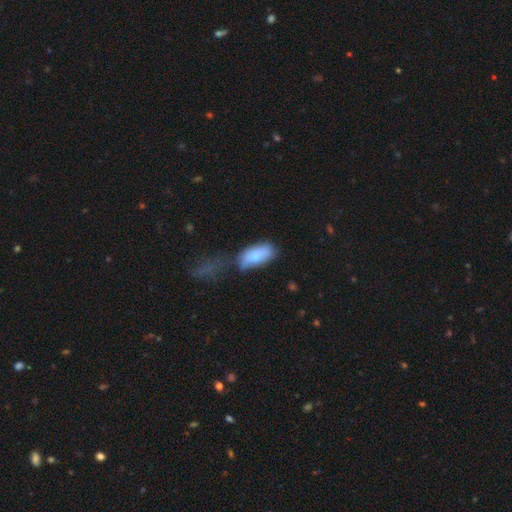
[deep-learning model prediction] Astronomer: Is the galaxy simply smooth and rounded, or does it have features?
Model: smooth — 75%.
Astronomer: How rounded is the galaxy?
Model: in between — 90%.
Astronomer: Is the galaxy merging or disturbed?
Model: none — 41% (runner-up: minor disturbance, 31%).